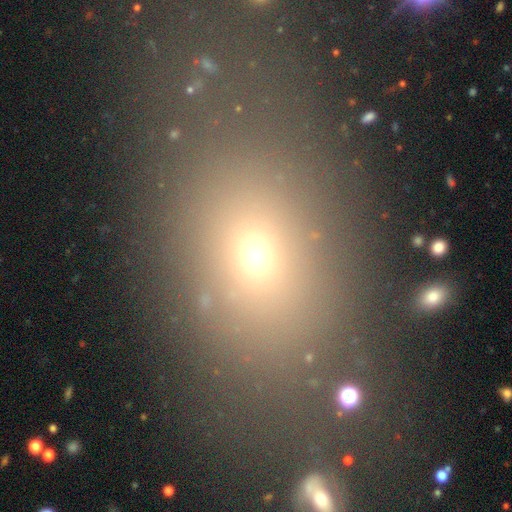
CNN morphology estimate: Smooth or featured? Predicted: smooth (p=0.64). How rounded? Predicted: in between (p=0.73). Merging? Predicted: none (p=0.70).